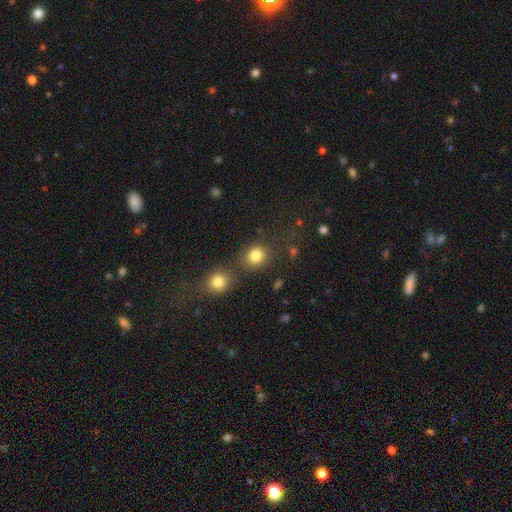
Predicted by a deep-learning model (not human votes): A smooth galaxy with no disk features (83%) that is round (81%).

Vote fractions:
- Smooth or featured? smooth: 83% / star or artifact: 12% / featured or disk: 5%
- How rounded? round: 81% / in between: 18% / cigar-shaped: 1%
- Merging? none: 71% / merger: 16% / minor disturbance: 9% / major disturbance: 4%